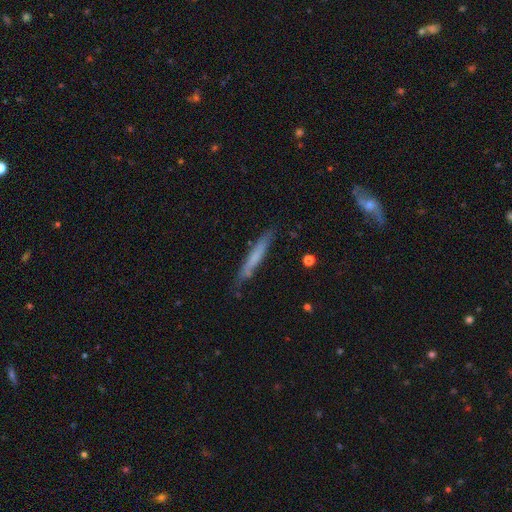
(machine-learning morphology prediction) A smooth galaxy with no disk features (60%) that is cigar-shaped (95%).

Vote fractions:
- Smooth or featured? smooth: 60% / featured or disk: 34% / star or artifact: 6%
- How rounded? cigar-shaped: 95% / in between: 4% / round: 1%
- Merging? none: 76% / minor disturbance: 18% / major disturbance: 3% / merger: 2%